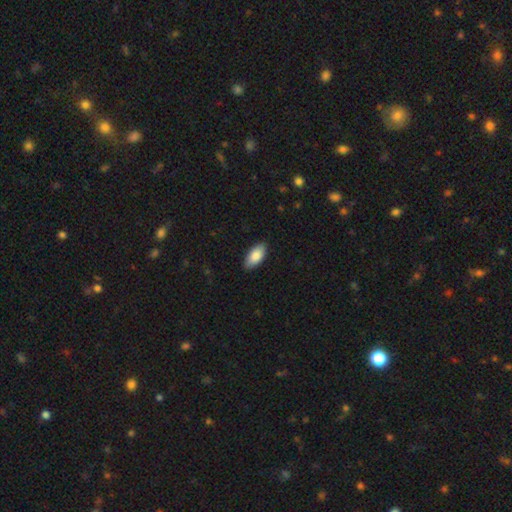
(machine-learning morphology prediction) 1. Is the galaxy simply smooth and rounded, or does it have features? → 85% smooth, 9% featured or disk, 6% star or artifact.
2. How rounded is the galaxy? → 92% in between, 6% cigar-shaped, 2% round.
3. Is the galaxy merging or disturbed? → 87% none, 10% minor disturbance, 2% major disturbance, 1% merger.